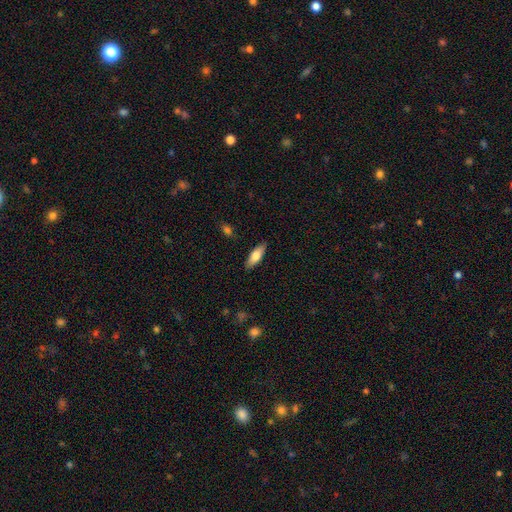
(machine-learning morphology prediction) The model was most divided on "how rounded": in between: 63%, cigar-shaped: 35%, round: 2%. More confident: merging — none (87%); smooth or featured — smooth (74%).